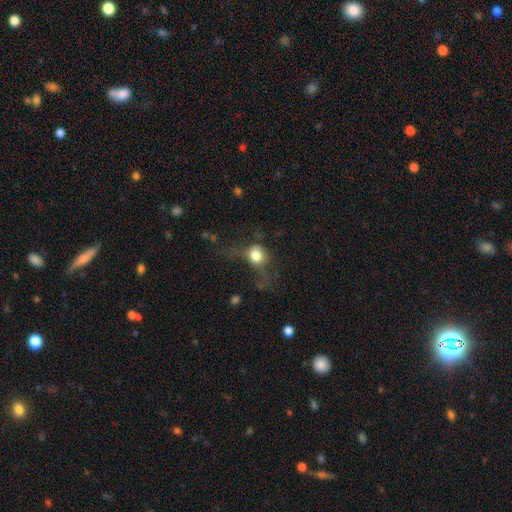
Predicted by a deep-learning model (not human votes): A smooth galaxy with no disk features (71%) that is round (67%).

Vote fractions:
- Smooth or featured? smooth: 71% / featured or disk: 17% / star or artifact: 12%
- How rounded? round: 67% / in between: 31% / cigar-shaped: 2%
- Merging? major disturbance: 40% / none: 34% / minor disturbance: 22% / merger: 4%